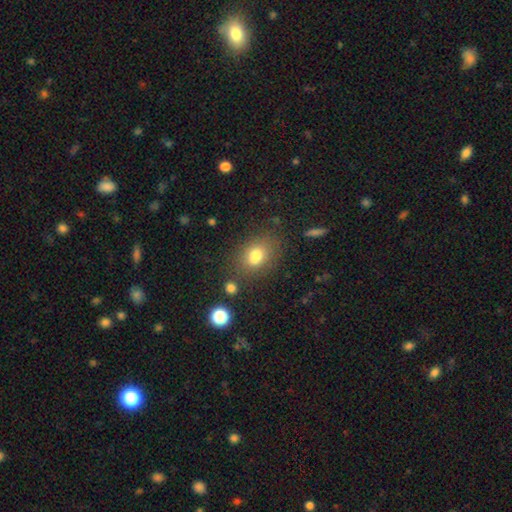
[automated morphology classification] The model was most divided on "how rounded": in between: 66%, round: 32%, cigar-shaped: 2%. More confident: smooth or featured — smooth (77%); merging — none (65%).